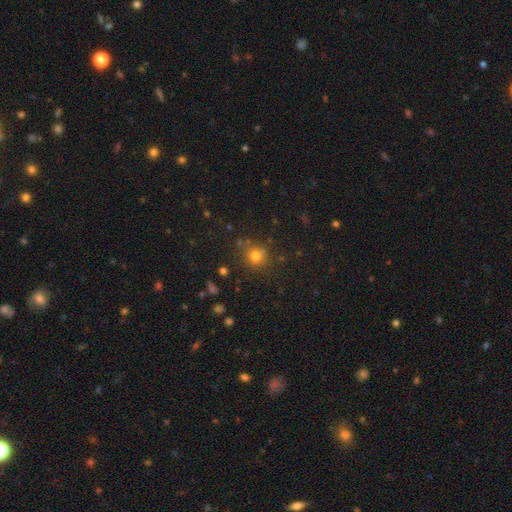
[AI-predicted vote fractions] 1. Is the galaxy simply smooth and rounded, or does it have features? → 76% smooth, 17% star or artifact, 7% featured or disk.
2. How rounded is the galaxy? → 87% round, 12% in between, 1% cigar-shaped.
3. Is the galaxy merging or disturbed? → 78% none, 12% minor disturbance, 6% merger, 4% major disturbance.